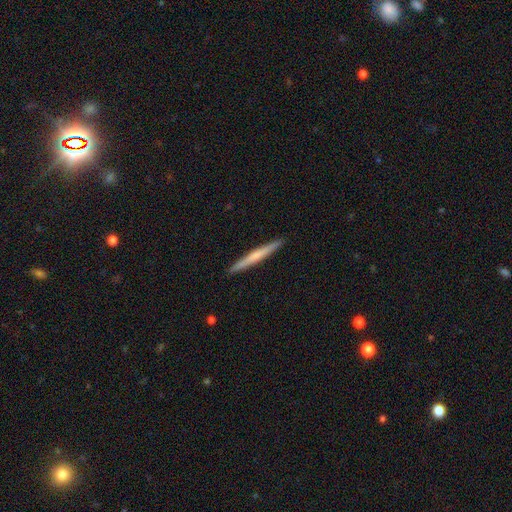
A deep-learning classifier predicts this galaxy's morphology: This appears to be a smooth galaxy with no disk features (50%) that is cigar-shaped (97%). Merging: none (93%).